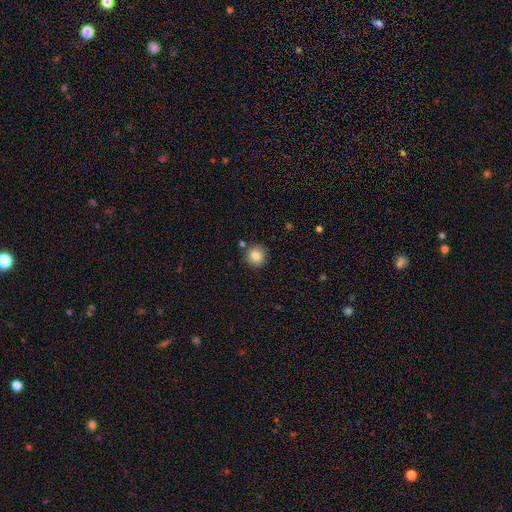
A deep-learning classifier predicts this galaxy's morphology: smooth_or_featured: smooth (p=0.85) [alt: star or artifact p=0.09]
how_rounded: round (p=0.94) [alt: in between p=0.05]
merging: none (p=0.86) [alt: minor disturbance p=0.07]